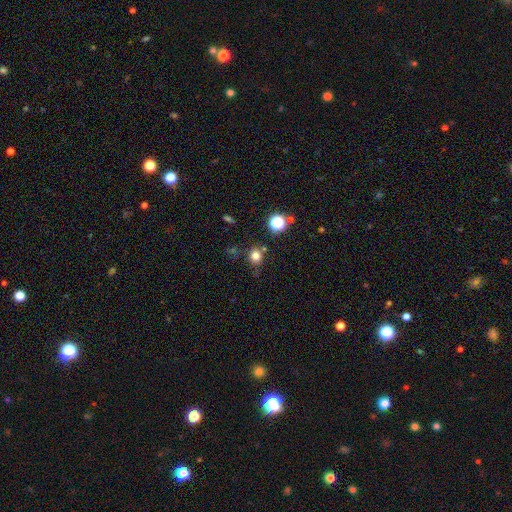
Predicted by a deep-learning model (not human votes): smooth 76%, star or artifact 17%, featured or disk 6%. Down the decision tree: how rounded — round (81%); merging — none (78%).